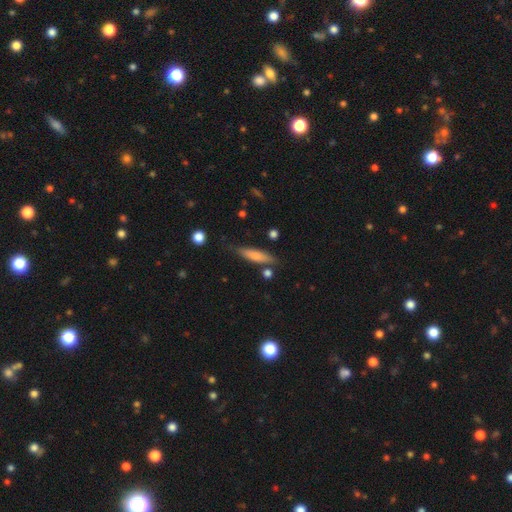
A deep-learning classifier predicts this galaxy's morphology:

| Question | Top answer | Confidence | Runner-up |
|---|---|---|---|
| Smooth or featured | smooth | 72% | featured or disk (21%) |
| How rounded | cigar-shaped | 76% | in between (22%) |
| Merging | none | 76% | minor disturbance (16%) |